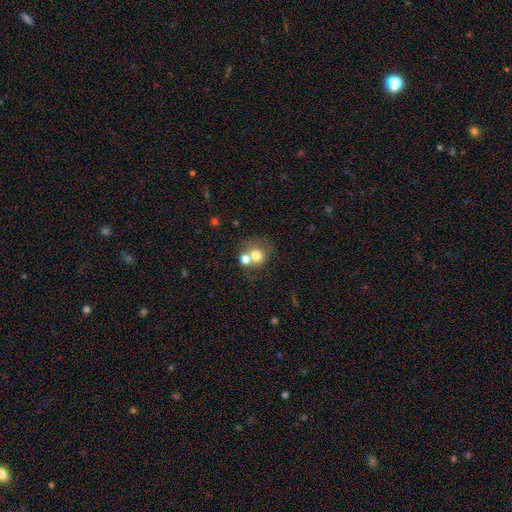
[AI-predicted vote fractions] Morphology: type=smooth (71%); roundness=round (80%); merging=merger (47%).